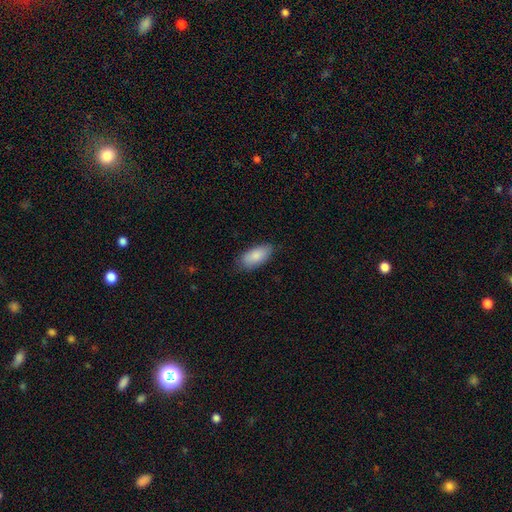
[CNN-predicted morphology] smooth 87%, featured or disk 8%, star or artifact 6%. Down the decision tree: how rounded — in between (90%); merging — none (79%).